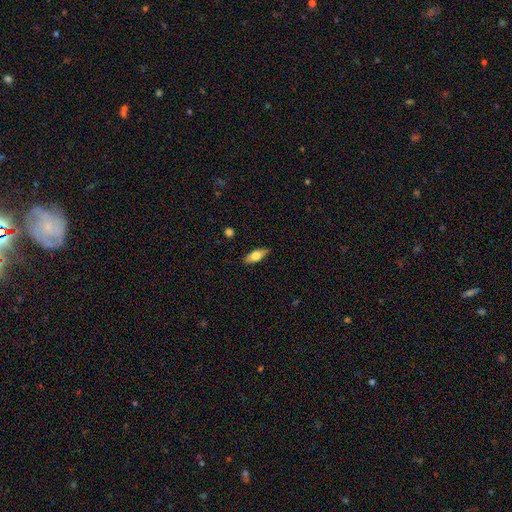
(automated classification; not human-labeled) smooth-or-featured: smooth: 62% | featured or disk: 31% | star or artifact: 7%
  how-rounded: in between: 69% | cigar-shaped: 28% | round: 3%
  merging: none: 86% | minor disturbance: 11% | major disturbance: 2% | merger: 1%